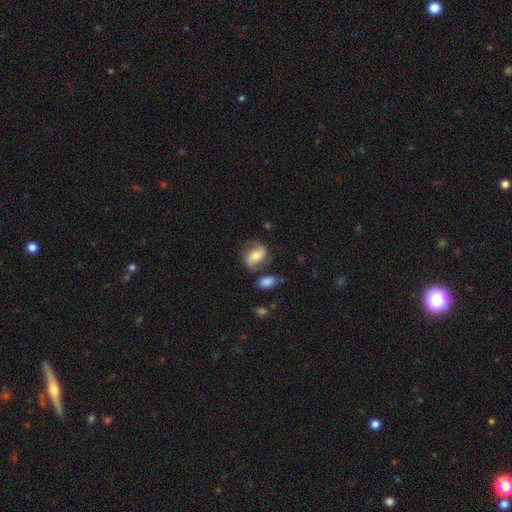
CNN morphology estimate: Smooth or featured: smooth — 50% (featured or disk — 42%)
How rounded: in between — 77% (round — 21%)
Merging: none — 61% (minor disturbance — 20%)